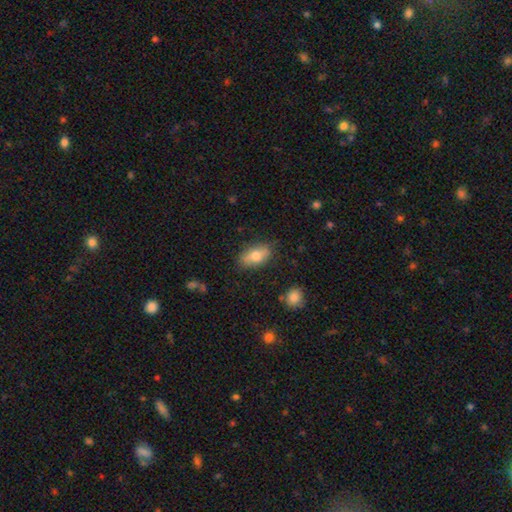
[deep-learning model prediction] Smooth or featured: smooth — 71% (featured or disk — 22%)
How rounded: in between — 87% (cigar-shaped — 7%)
Merging: none — 81% (minor disturbance — 14%)